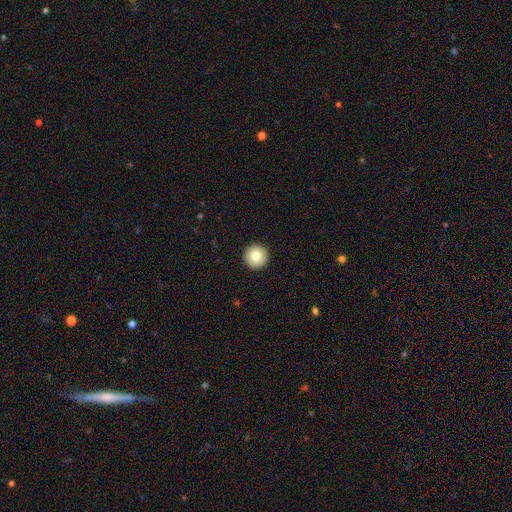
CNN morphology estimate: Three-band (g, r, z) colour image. It shows a smooth galaxy with no disk features (81%) that is round (97%). Merging: none (94%).